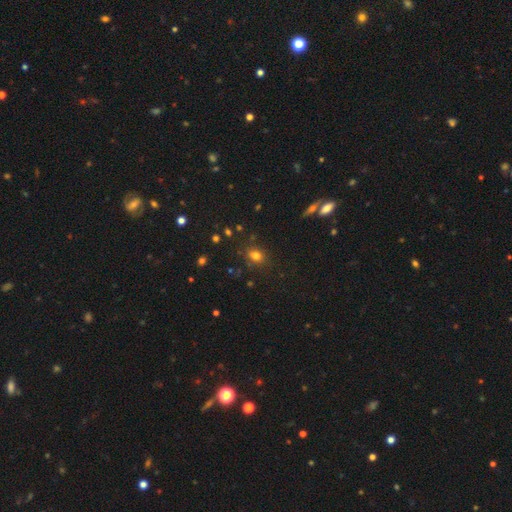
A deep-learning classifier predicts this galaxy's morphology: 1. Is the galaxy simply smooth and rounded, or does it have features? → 75% smooth, 17% star or artifact, 8% featured or disk.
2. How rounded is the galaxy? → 51% round, 48% in between, 1% cigar-shaped.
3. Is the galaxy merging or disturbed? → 81% none, 12% minor disturbance, 4% major disturbance, 3% merger.